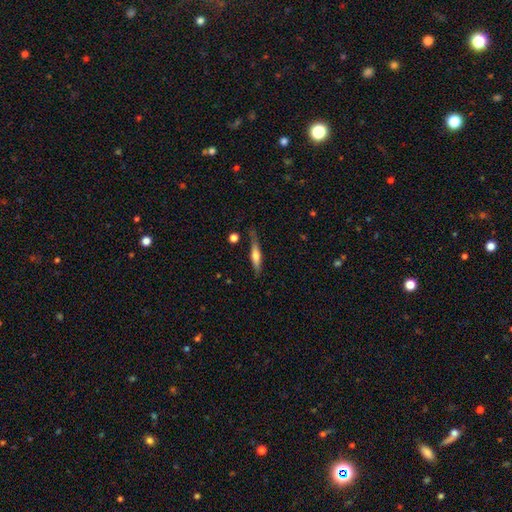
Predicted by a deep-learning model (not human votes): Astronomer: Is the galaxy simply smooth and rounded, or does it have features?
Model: featured or disk — 48% (runner-up: smooth, 46%).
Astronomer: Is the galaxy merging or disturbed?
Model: none — 71%.